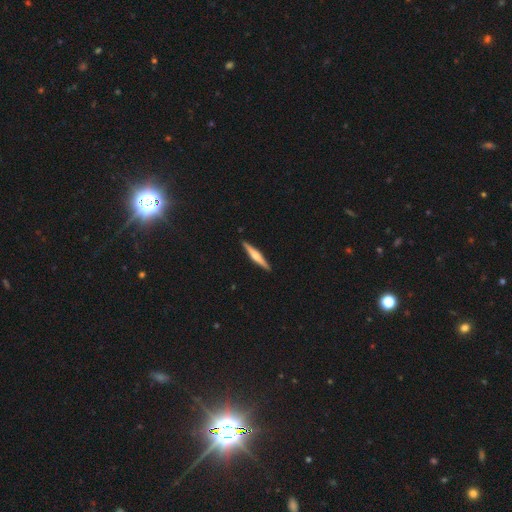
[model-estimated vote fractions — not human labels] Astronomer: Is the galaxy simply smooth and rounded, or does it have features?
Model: featured or disk — 64%.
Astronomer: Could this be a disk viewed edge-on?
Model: yes — 98%.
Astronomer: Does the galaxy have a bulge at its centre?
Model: rounded — 83%.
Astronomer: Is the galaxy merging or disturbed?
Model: none — 92%.